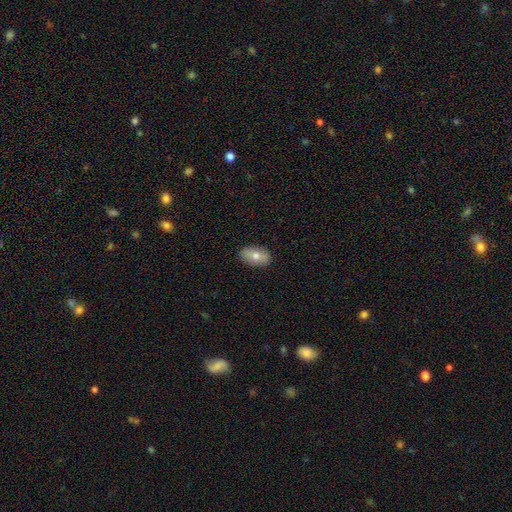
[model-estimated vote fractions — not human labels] A smooth galaxy with no disk features (69%) that is in between round and cigar-shaped (91%).

Vote fractions:
- Smooth or featured? smooth: 69% / featured or disk: 23% / star or artifact: 7%
- How rounded? in between: 91% / round: 6% / cigar-shaped: 3%
- Merging? none: 87% / minor disturbance: 10% / major disturbance: 2% / merger: 1%